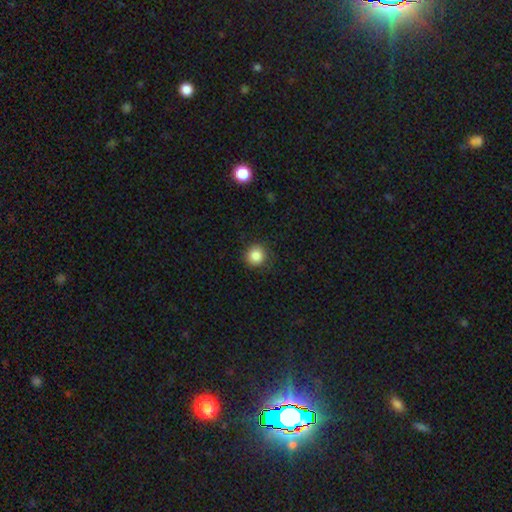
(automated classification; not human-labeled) Smooth or featured? smooth (85%)
How rounded? round (93%)
Merging? none (87%)